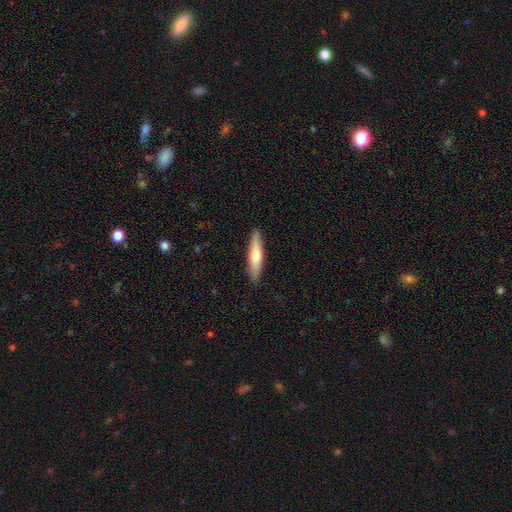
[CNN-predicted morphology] Overall: smooth (59%; featured or disk 36%). How rounded: cigar-shaped (78%). Merging: none (89%).